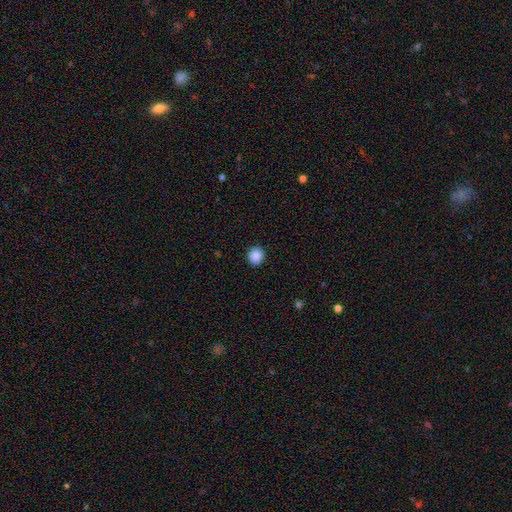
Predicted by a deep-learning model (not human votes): Overall: smooth (88%). How rounded: round (87%). Merging: none (91%).